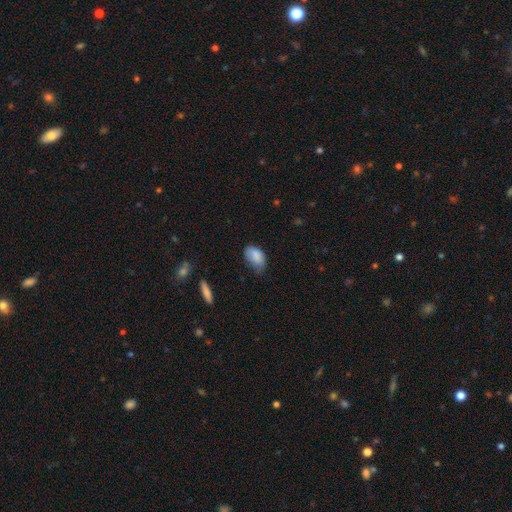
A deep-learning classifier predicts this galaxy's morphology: Overall: smooth (84%). How rounded: in between (90%). Merging: none (46%; minor disturbance 41%).